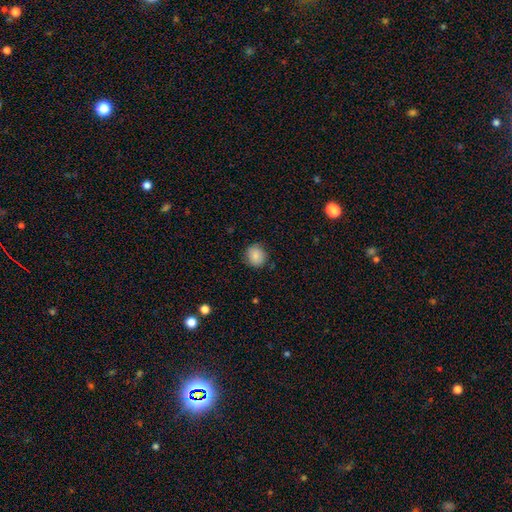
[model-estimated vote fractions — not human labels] A smooth galaxy with no disk features (86%) that is round (82%).

Vote fractions:
- Smooth or featured? smooth: 86% / star or artifact: 8% / featured or disk: 6%
- How rounded? round: 82% / in between: 17% / cigar-shaped: 1%
- Merging? none: 85% / minor disturbance: 12% / major disturbance: 3% / merger: 1%